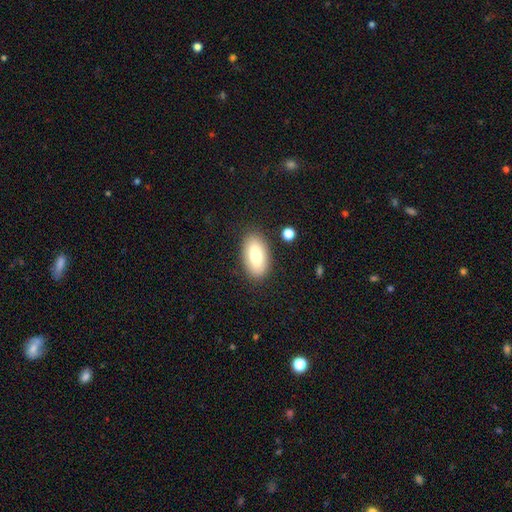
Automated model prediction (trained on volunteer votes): A smooth galaxy with no disk features (77%) that is in between round and cigar-shaped (92%).

Vote fractions:
- Smooth or featured? smooth: 77% / featured or disk: 17% / star or artifact: 7%
- How rounded? in between: 92% / cigar-shaped: 5% / round: 3%
- Merging? none: 85% / minor disturbance: 10% / major disturbance: 3% / merger: 2%